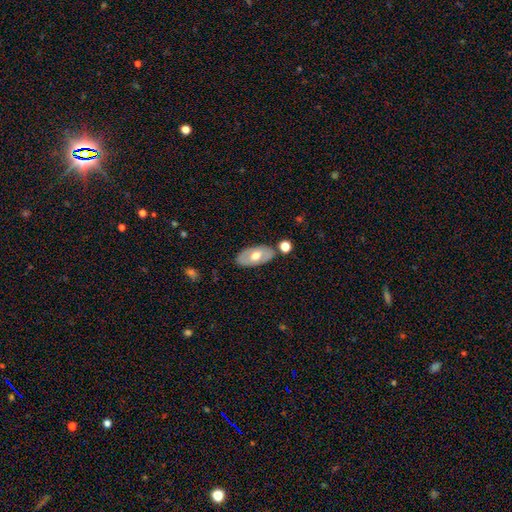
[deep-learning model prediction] smooth 51%, featured or disk 44%, star or artifact 6%. Down the decision tree: how rounded — in between (93%); merging — none (80%).